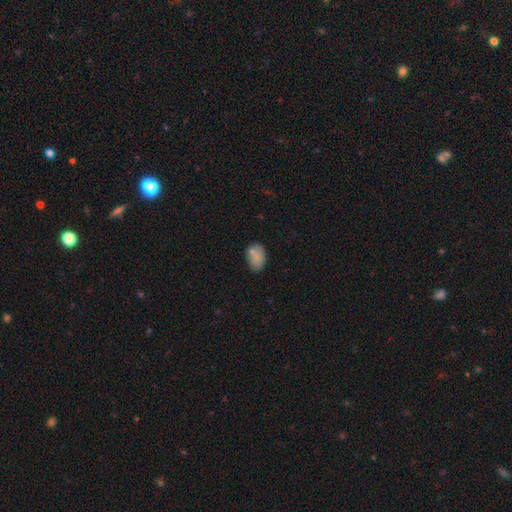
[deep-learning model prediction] This is likely a smooth galaxy (80%). How rounded: clearly in between (86%). Merging: likely none (63%).